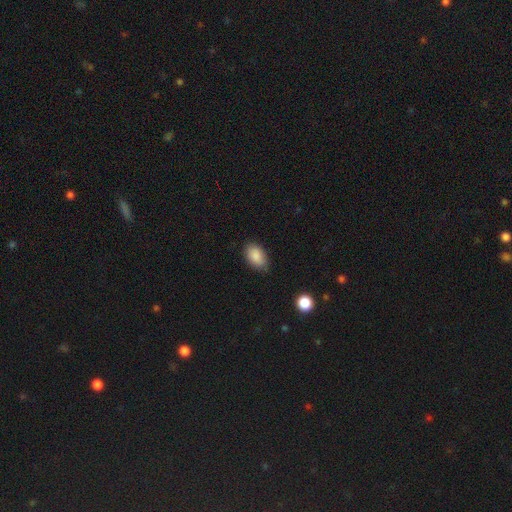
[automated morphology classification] This appears to be a smooth galaxy with no disk features (87%) that is in between round and cigar-shaped (91%). Merging: none (77%).